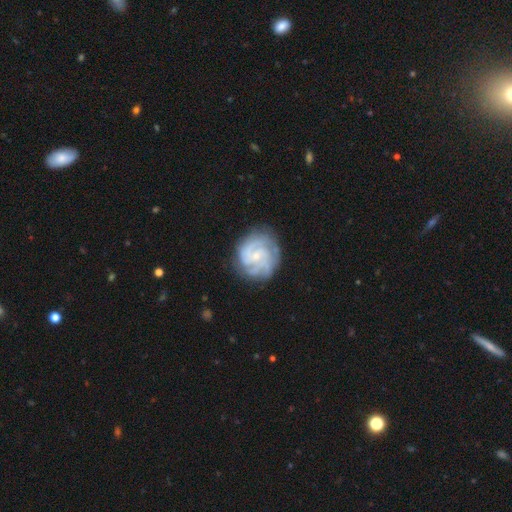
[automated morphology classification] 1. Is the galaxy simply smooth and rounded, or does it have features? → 84% featured or disk, 11% smooth, 5% star or artifact.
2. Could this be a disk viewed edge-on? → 98% no, 2% yes.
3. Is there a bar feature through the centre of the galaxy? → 60% no, 34% weak, 6% strong.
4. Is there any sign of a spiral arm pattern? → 96% yes, 4% no.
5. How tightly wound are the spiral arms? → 62% tight, 32% medium, 6% loose.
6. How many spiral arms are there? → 32% 3, 24% 2, 22% can't tell, 12% 4, 5% more than 4, 5% 1.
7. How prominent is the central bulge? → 73% small, 19% moderate, 6% none, 1% large, 1% dominant.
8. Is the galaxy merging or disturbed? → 76% none, 16% minor disturbance, 6% major disturbance, 1% merger.